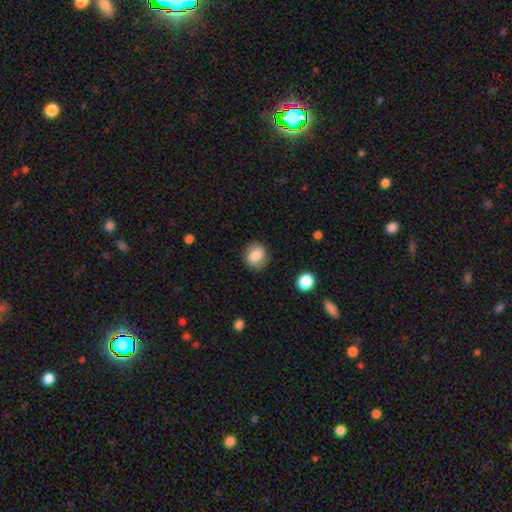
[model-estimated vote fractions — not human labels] smooth 79%, featured or disk 12%, star or artifact 9%. Down the decision tree: how rounded — round (76%); merging — none (85%).